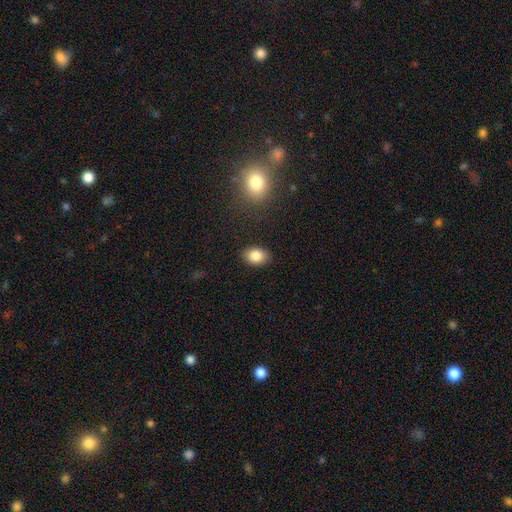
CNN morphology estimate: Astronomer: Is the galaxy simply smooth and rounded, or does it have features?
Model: smooth — 84%.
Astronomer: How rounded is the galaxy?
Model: in between — 78%.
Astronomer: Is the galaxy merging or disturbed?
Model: none — 88%.